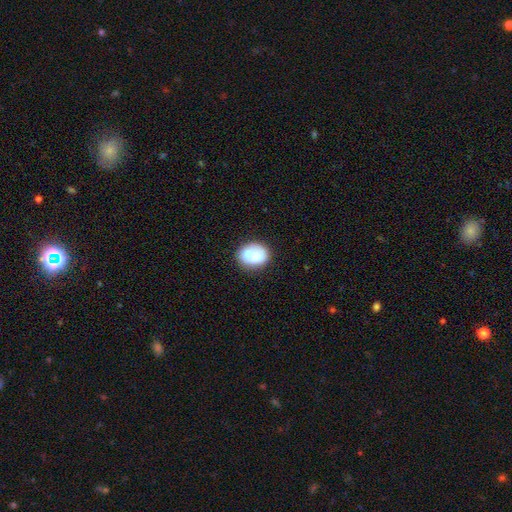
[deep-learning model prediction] This appears to be a smooth galaxy with no disk features (76%) that is in between round and cigar-shaped (61%). Merging: none (66%).